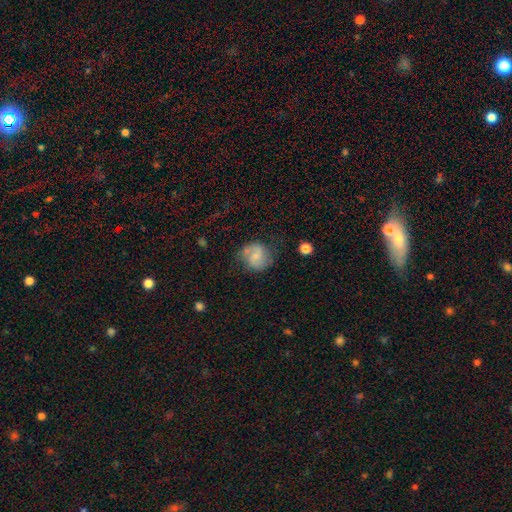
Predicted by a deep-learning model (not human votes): Smooth or featured? featured or disk (52%)
Edge-on disk? no (98%)
Bar? no (48%)
Spiral arms? yes (86%)
Bulge size? small (55%)
Merging? none (65%)